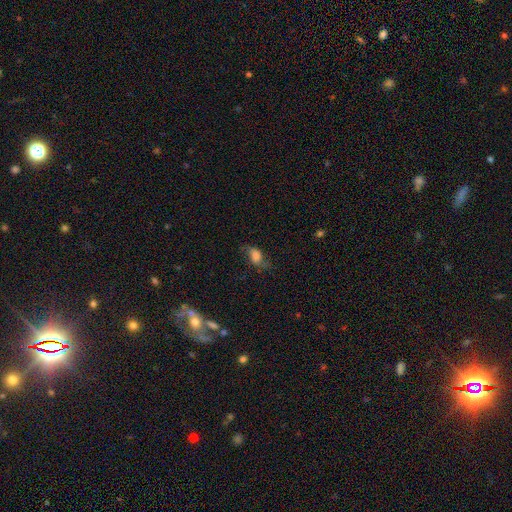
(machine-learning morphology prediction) Smooth or featured? Predicted: smooth (p=0.59). How rounded? Predicted: in between (p=0.82). Merging? Predicted: none (p=0.60).